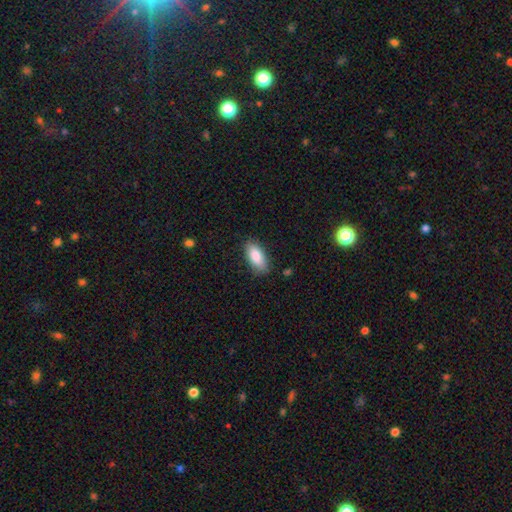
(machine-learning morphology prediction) Smooth or featured: smooth — 86% (featured or disk — 8%)
How rounded: in between — 87% (cigar-shaped — 10%)
Merging: none — 83% (minor disturbance — 13%)